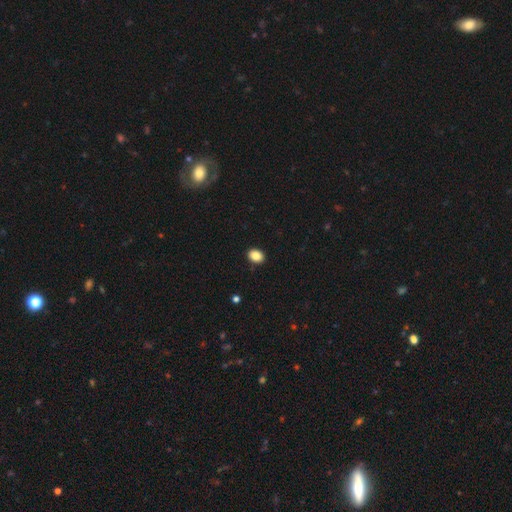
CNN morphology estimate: A smooth galaxy with no disk features (87%) that is in between round and cigar-shaped (65%).

Vote fractions:
- Smooth or featured? smooth: 87% / star or artifact: 9% / featured or disk: 4%
- How rounded? in between: 65% / round: 35% / cigar-shaped: 1%
- Merging? none: 91% / minor disturbance: 7% / major disturbance: 2% / merger: 1%